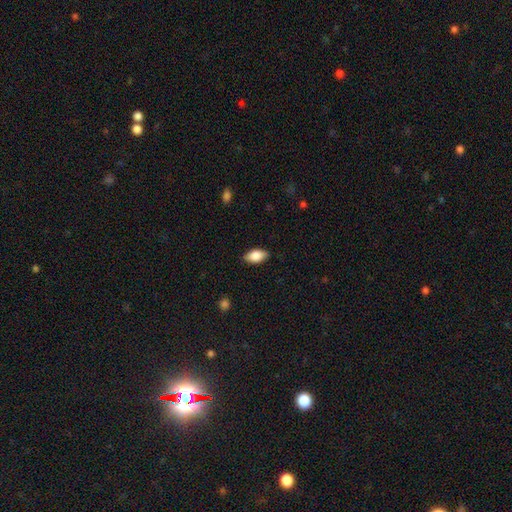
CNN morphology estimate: The model was most divided on "smooth or featured": smooth: 83%, featured or disk: 11%, star or artifact: 7%. More confident: how rounded — in between (91%); merging — none (86%).